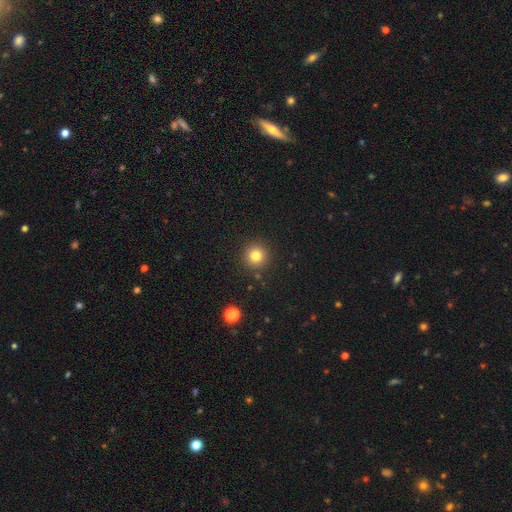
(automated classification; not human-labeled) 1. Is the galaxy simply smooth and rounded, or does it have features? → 80% smooth, 13% star or artifact, 7% featured or disk.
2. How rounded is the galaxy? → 95% round, 4% in between, 1% cigar-shaped.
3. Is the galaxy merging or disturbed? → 90% none, 6% minor disturbance, 2% major disturbance, 2% merger.